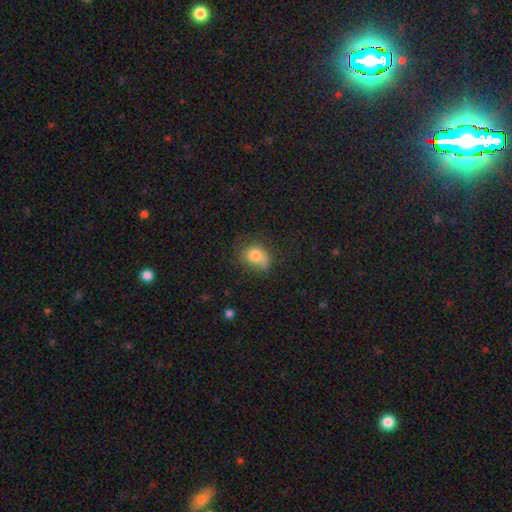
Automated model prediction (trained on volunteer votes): Smooth or featured? Predicted: smooth (p=0.75). How rounded? Predicted: round (p=0.53). Merging? Predicted: none (p=0.46).